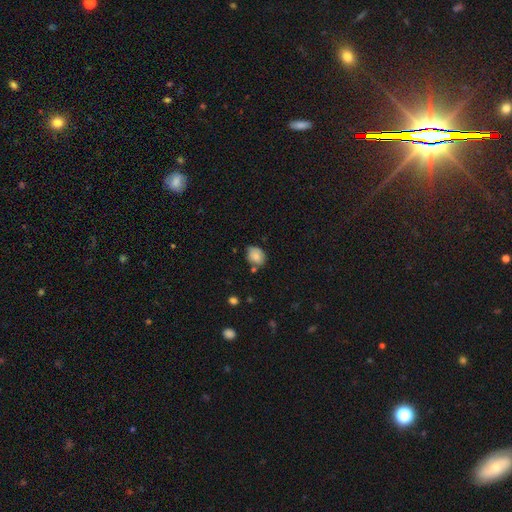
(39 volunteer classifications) This is clearly a smooth galaxy (85%). How rounded: likely in between (73%). Merging: possibly none (58%).